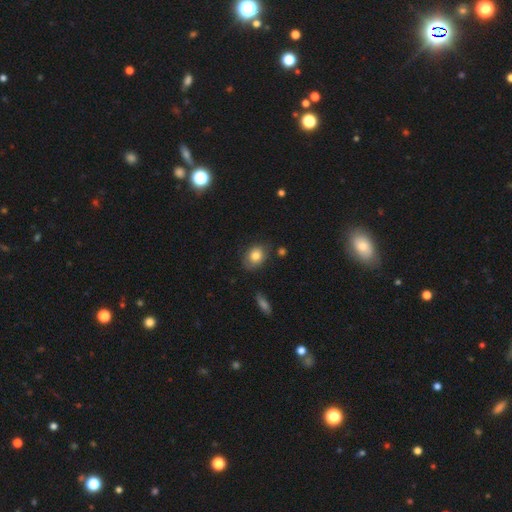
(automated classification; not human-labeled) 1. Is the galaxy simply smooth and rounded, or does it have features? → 78% smooth, 14% featured or disk, 9% star or artifact.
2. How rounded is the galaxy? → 59% in between, 40% round, 1% cigar-shaped.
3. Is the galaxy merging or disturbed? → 71% none, 21% minor disturbance, 5% major disturbance, 3% merger.